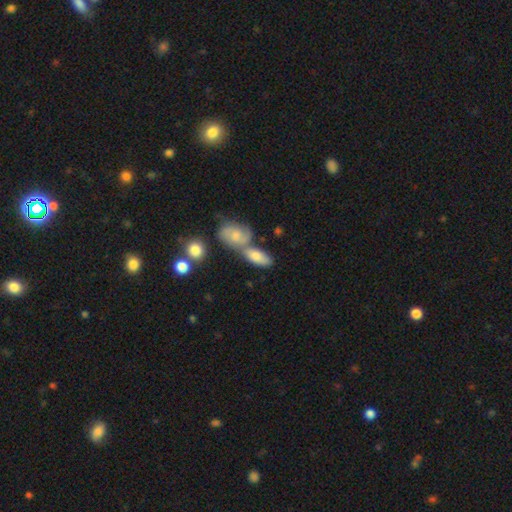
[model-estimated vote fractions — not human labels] Morphology: type=smooth (62%); roundness=in between (81%); merging=merger (44%).